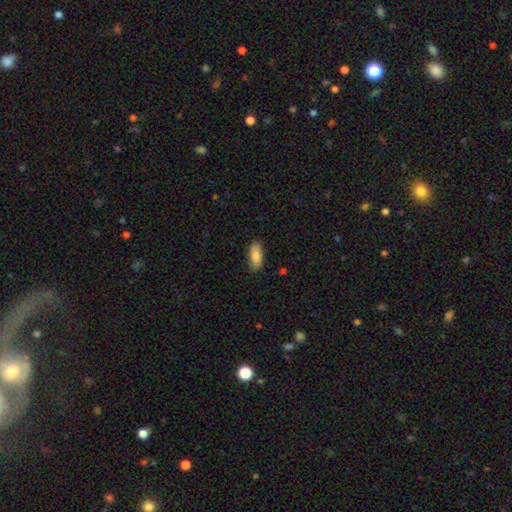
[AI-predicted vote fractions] Smooth or featured? Predicted: smooth (p=0.84). How rounded? Predicted: in between (p=0.83). Merging? Predicted: none (p=0.84).